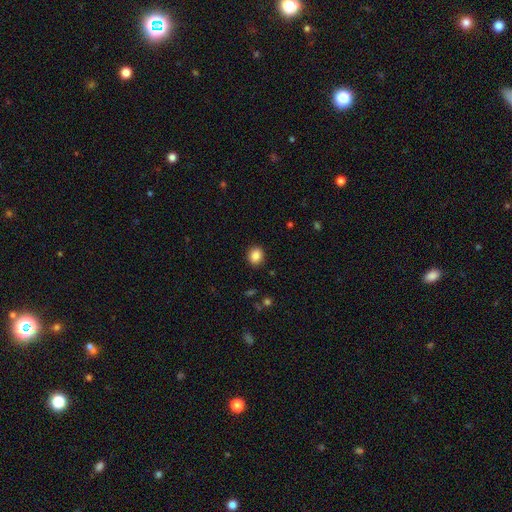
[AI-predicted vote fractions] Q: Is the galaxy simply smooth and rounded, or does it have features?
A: smooth — 87%.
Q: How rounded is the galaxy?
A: round — 72%.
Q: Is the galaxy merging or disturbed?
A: none — 90%.